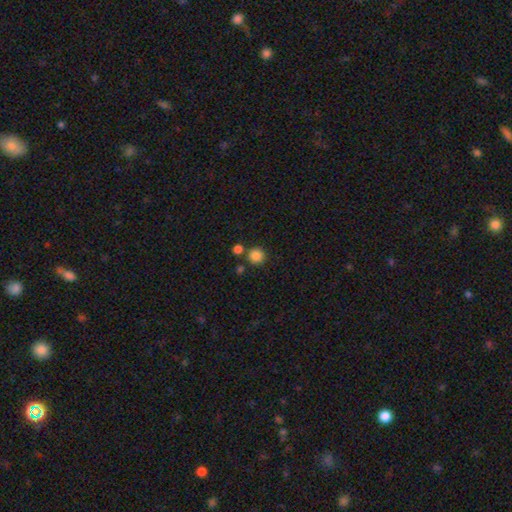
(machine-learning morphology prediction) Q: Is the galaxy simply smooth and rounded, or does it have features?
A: smooth — 85%.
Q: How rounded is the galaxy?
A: round — 94%.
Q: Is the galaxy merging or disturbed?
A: none — 80%.